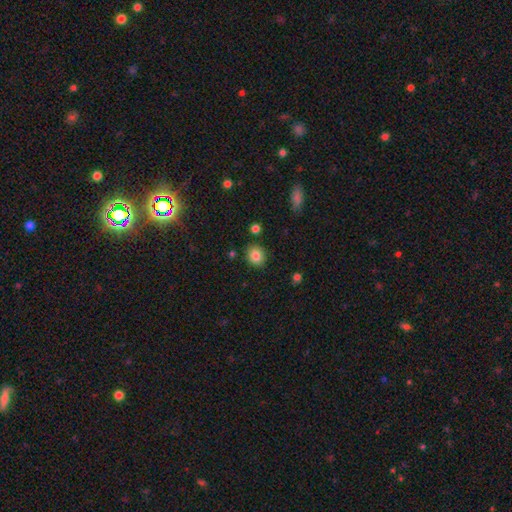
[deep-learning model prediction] smooth-or-featured: smooth: 83% | star or artifact: 10% | featured or disk: 7%
  how-rounded: round: 71% | in between: 28% | cigar-shaped: 1%
  merging: none: 87% | minor disturbance: 8% | merger: 3% | major disturbance: 2%